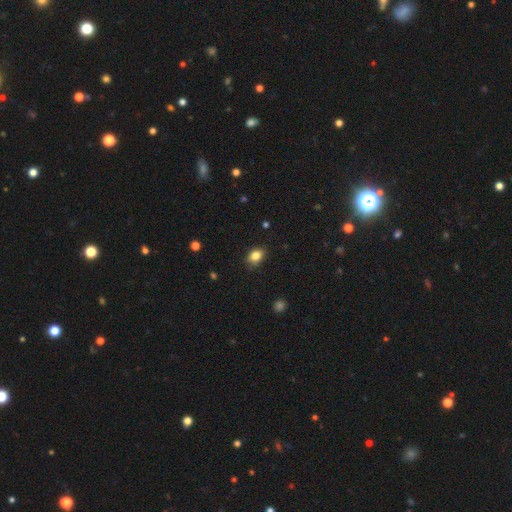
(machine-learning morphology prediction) A smooth galaxy with no disk features (83%) that is in between round and cigar-shaped (70%).

Vote fractions:
- Smooth or featured? smooth: 83% / star or artifact: 10% / featured or disk: 7%
- How rounded? in between: 70% / round: 29% / cigar-shaped: 1%
- Merging? none: 79% / minor disturbance: 17% / major disturbance: 3% / merger: 1%